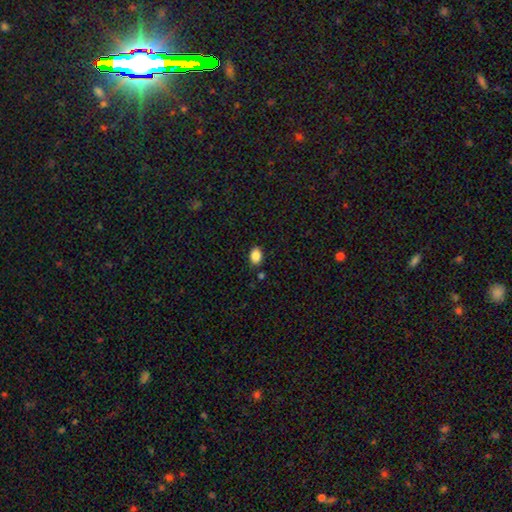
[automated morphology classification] Overall: smooth (87%). How rounded: in between (78%). Merging: none (84%).